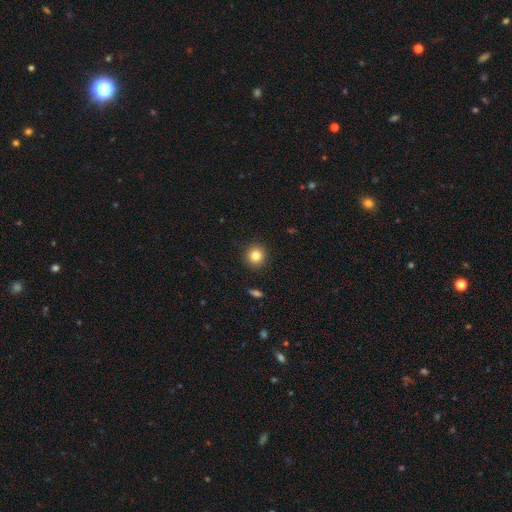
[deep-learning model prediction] Morphology: type=smooth (83%); roundness=round (92%); merging=none (91%).